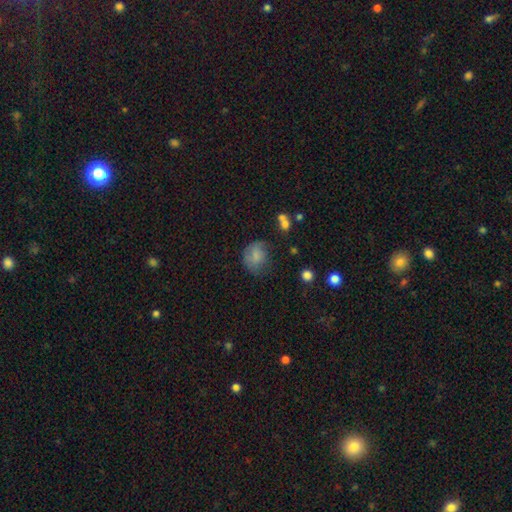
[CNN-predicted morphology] smooth_or_featured: smooth (p=0.74) [alt: featured or disk p=0.16]
how_rounded: round (p=0.62) [alt: in between p=0.37]
merging: none (p=0.48) [alt: minor disturbance p=0.31]